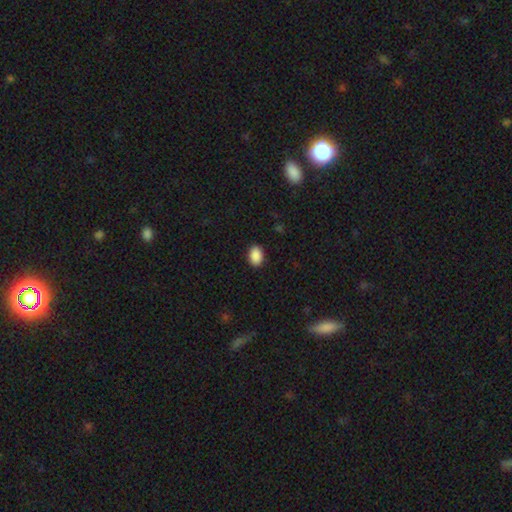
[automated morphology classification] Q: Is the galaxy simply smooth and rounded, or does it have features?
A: smooth — 90%.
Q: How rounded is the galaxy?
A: in between — 84%.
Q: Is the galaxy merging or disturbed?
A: none — 89%.